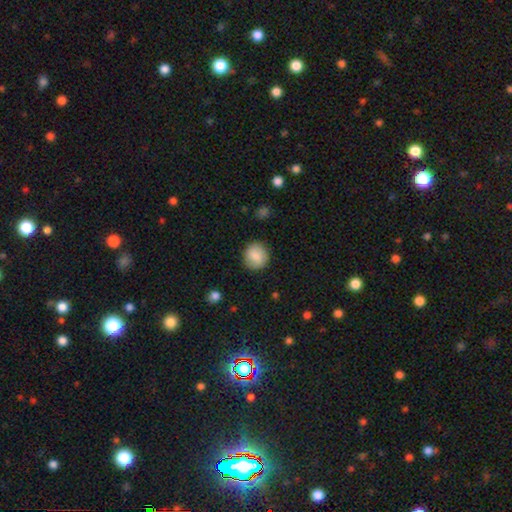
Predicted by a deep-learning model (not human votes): smooth-or-featured: smooth: 82% | featured or disk: 10% | star or artifact: 7%
  how-rounded: round: 88% | in between: 11% | cigar-shaped: 1%
  merging: none: 85% | minor disturbance: 11% | major disturbance: 3% | merger: 1%